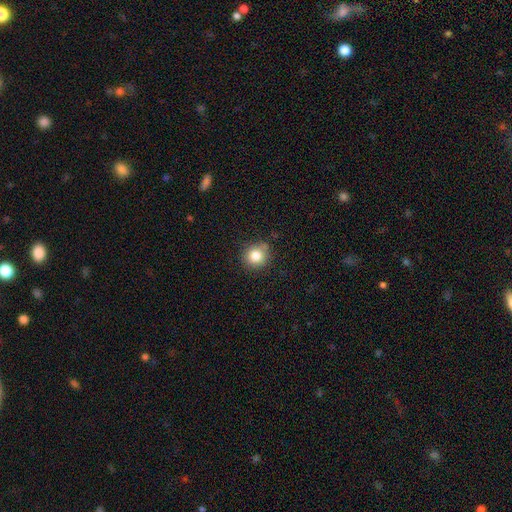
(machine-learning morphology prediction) Smooth or featured? Predicted: smooth (p=0.82). How rounded? Predicted: round (p=0.89). Merging? Predicted: none (p=0.81).